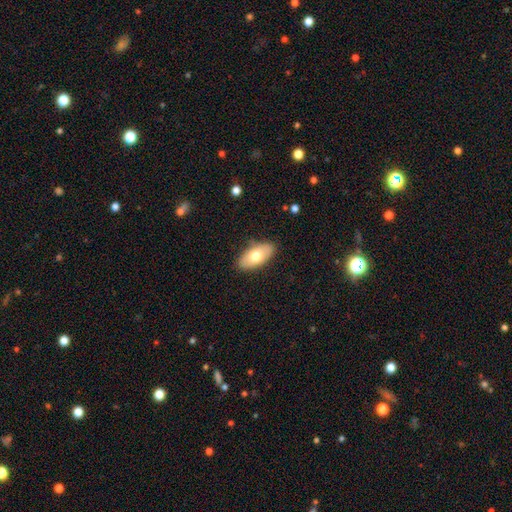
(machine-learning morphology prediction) smooth 69%, featured or disk 25%, star or artifact 6%. Down the decision tree: how rounded — in between (92%); merging — none (86%).